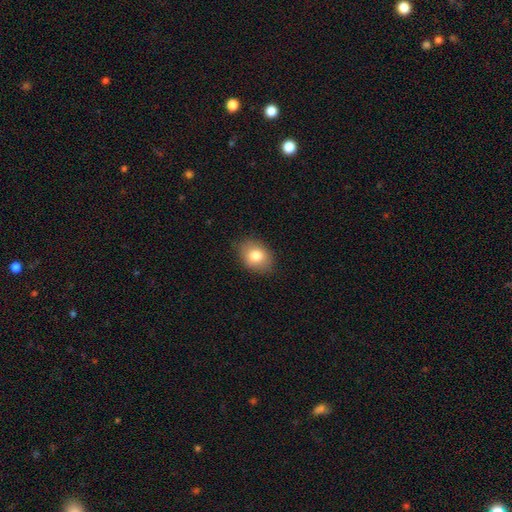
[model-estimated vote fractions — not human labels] smooth_or_featured: smooth (p=0.80) [alt: featured or disk p=0.12]
how_rounded: in between (p=0.69) [alt: round p=0.30]
merging: none (p=0.82) [alt: minor disturbance p=0.14]